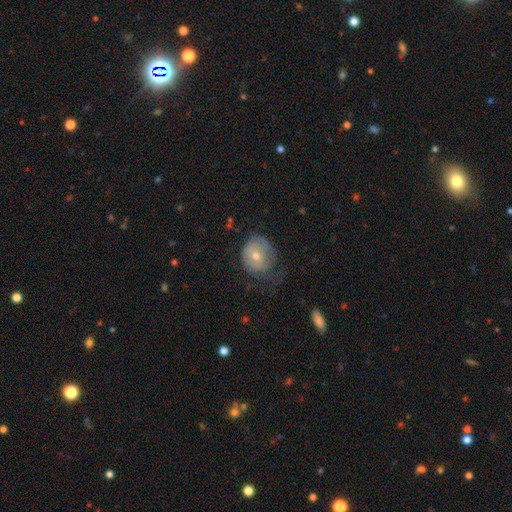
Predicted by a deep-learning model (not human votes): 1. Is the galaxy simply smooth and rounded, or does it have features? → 54% smooth, 36% featured or disk, 10% star or artifact.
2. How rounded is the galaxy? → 61% round, 38% in between, 1% cigar-shaped.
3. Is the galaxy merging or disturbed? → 42% none, 32% minor disturbance, 24% major disturbance, 1% merger.